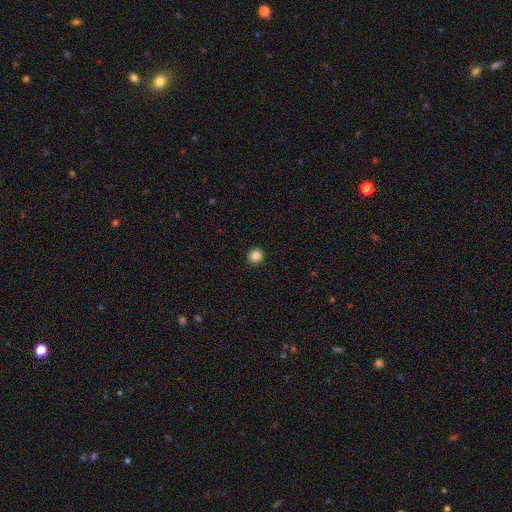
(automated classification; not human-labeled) Smooth or featured: smooth — 85% (star or artifact — 11%)
How rounded: round — 93% (in between — 6%)
Merging: none — 94% (minor disturbance — 4%)